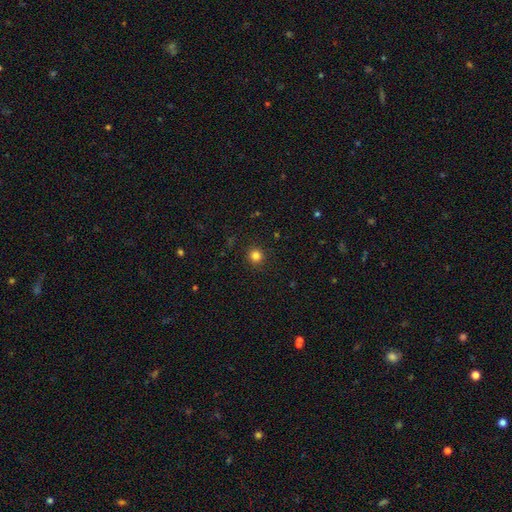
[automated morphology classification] smooth_or_featured: smooth (p=0.83) [alt: star or artifact p=0.13]
how_rounded: round (p=0.93) [alt: in between p=0.06]
merging: none (p=0.91) [alt: minor disturbance p=0.05]